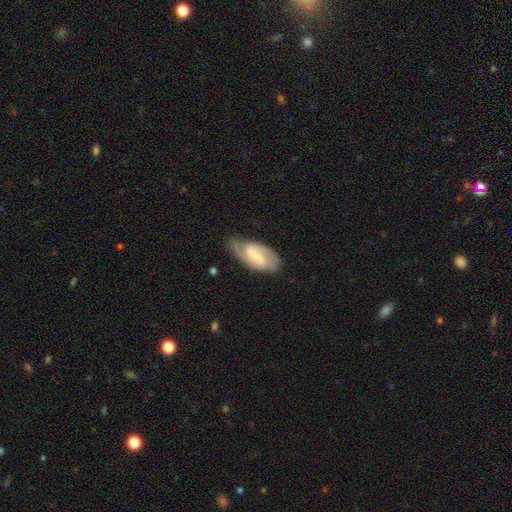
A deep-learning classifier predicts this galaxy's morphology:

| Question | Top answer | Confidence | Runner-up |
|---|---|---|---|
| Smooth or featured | featured or disk | 72% | smooth (23%) |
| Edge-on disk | no | 94% | yes (6%) |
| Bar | weak | 46% | strong (40%) |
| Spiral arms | yes | 90% | no (10%) |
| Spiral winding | medium | 47% | tight (31%) |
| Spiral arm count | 2 | 77% | can't tell (10%) |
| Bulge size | small | 54% | moderate (32%) |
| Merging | none | 68% | minor disturbance (22%) |